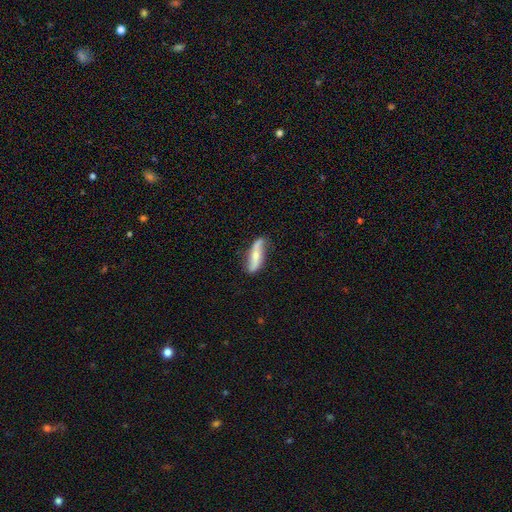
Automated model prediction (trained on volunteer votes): A featured or disk galaxy (59%). Merging: none (68%).